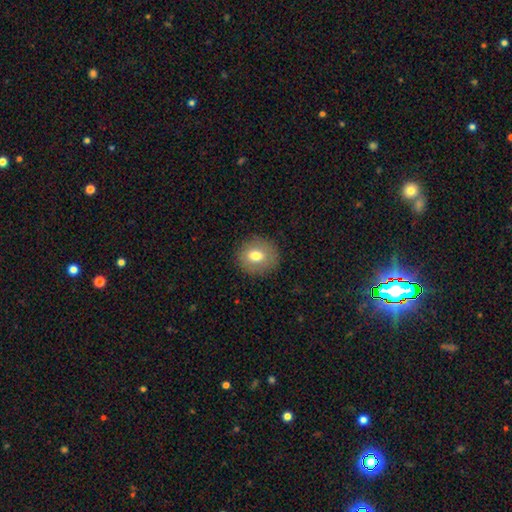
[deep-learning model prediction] Smooth or featured?
  - smooth: 73% *
  - featured or disk: 18%
  - star or artifact: 9%
How rounded?
  - round: 80% *
  - in between: 19%
  - cigar-shaped: 1%
Merging?
  - none: 87% *
  - minor disturbance: 9%
  - major disturbance: 3%
  - merger: 1%